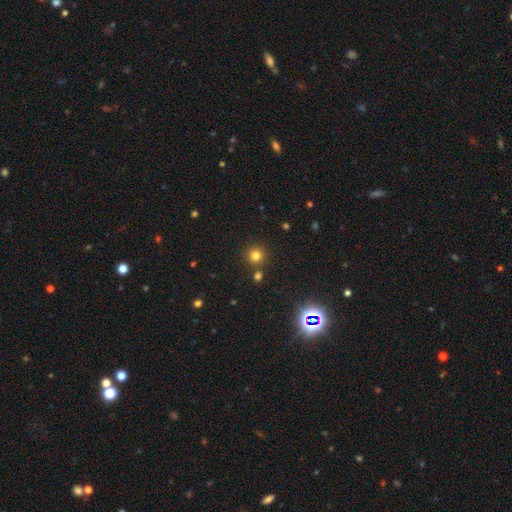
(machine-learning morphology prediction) The model was most divided on "smooth or featured": smooth: 76%, star or artifact: 18%, featured or disk: 6%. More confident: how rounded — round (94%); merging — none (82%).